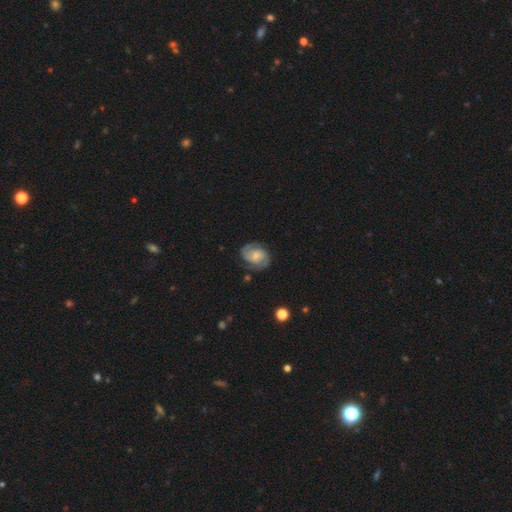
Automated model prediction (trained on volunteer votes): A featured or disk galaxy (76%) with no bar (53%), 2 (80%) tight (44%, tied with medium) spiral arms (95%) and a small central bulge (49%). Merging: none (75%).